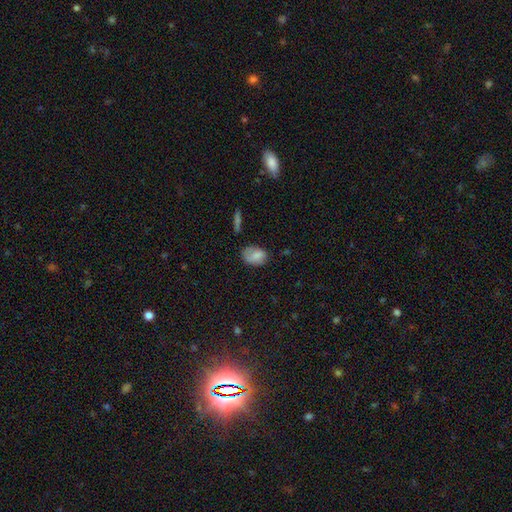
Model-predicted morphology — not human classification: type=smooth (82%); roundness=in between (81%); merging=none (60%).